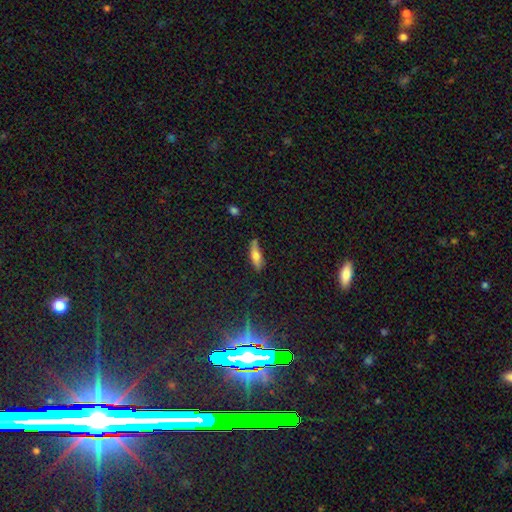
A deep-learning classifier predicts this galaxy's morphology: Smooth or featured? smooth (68%)
How rounded? cigar-shaped (50%)
Merging? none (68%)